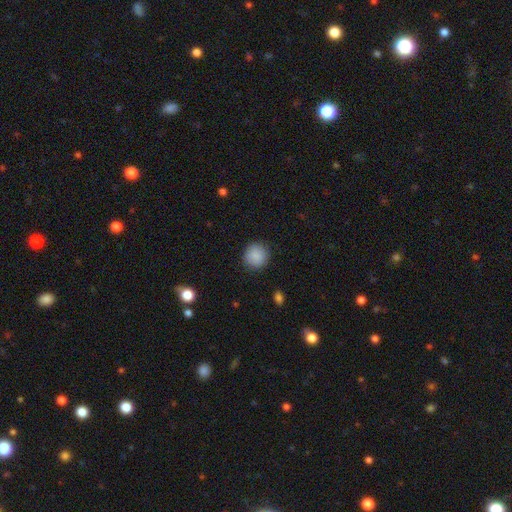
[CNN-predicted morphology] smooth_or_featured: smooth (p=0.89) [alt: star or artifact p=0.08]
how_rounded: round (p=0.92) [alt: in between p=0.07]
merging: none (p=0.90) [alt: minor disturbance p=0.07]